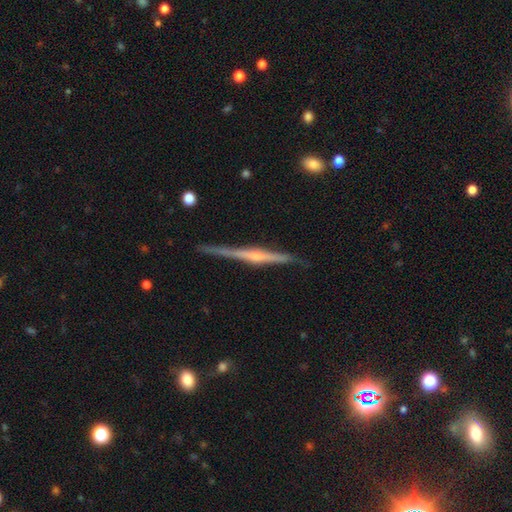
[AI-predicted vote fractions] Smooth or featured? featured or disk (82%)
Edge-on disk? yes (98%)
Edge-on bulge? rounded (71%)
Merging? none (86%)